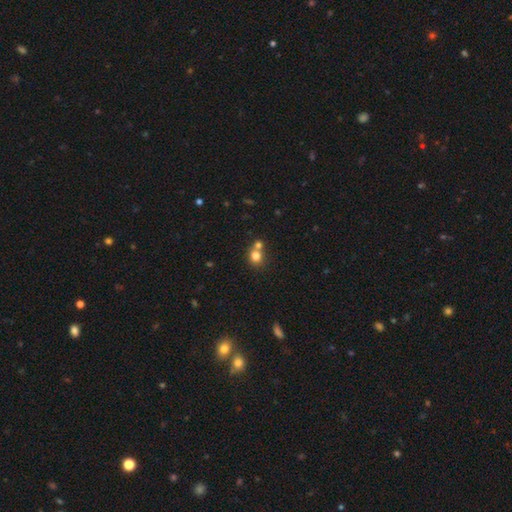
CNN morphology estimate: Overall: smooth (78%). How rounded: round (82%). Merging: none (47%; merger 44%).